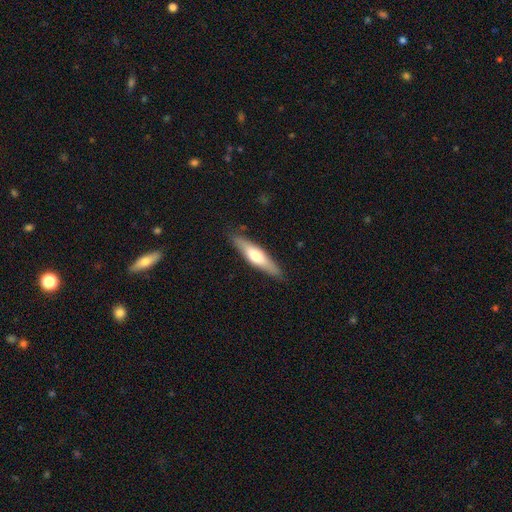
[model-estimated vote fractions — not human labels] Q: Smooth or featured?
A: smooth (54%); runner-up: featured or disk (41%)
Q: How rounded?
A: cigar-shaped (76%); runner-up: in between (22%)
Q: Merging?
A: none (86%); runner-up: minor disturbance (11%)